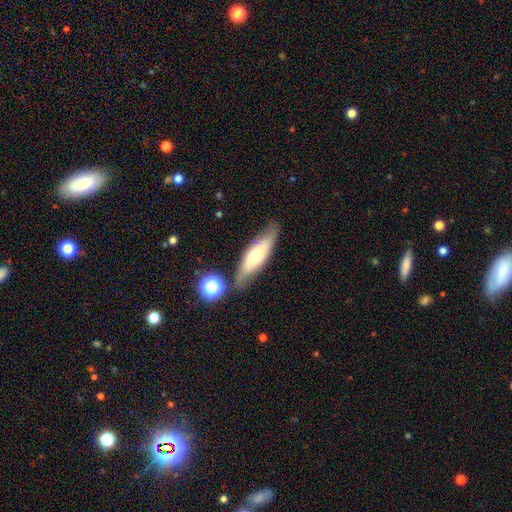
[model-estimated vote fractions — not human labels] smooth 51%, featured or disk 42%, star or artifact 8%. Down the decision tree: how rounded — cigar-shaped (49%); merging — none (67%).